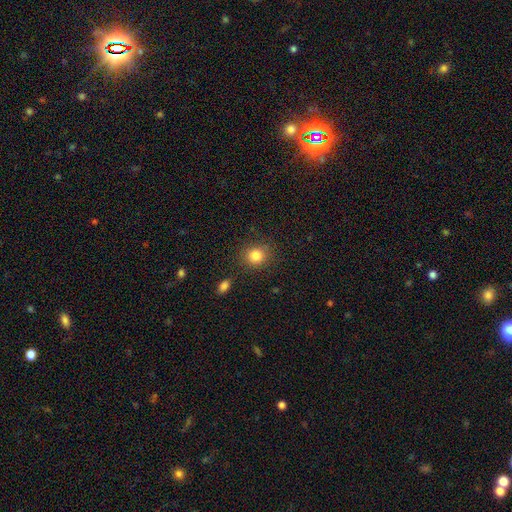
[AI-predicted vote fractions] Q: Smooth or featured?
A: smooth (84%); runner-up: star or artifact (10%)
Q: How rounded?
A: round (78%); runner-up: in between (21%)
Q: Merging?
A: none (84%); runner-up: minor disturbance (10%)